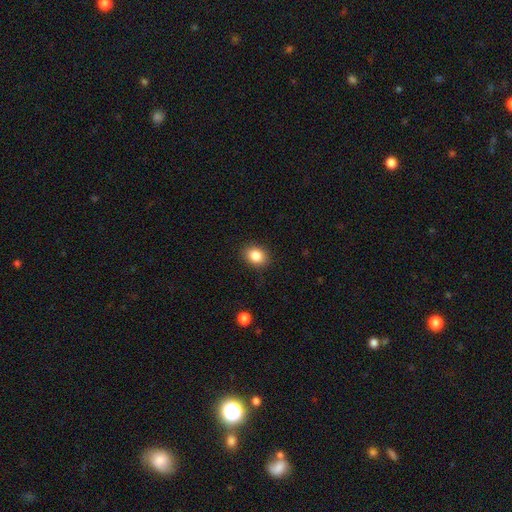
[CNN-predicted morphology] The model was most divided on "how rounded": in between: 55%, round: 44%, cigar-shaped: 1%. More confident: merging — none (88%); smooth or featured — smooth (85%).